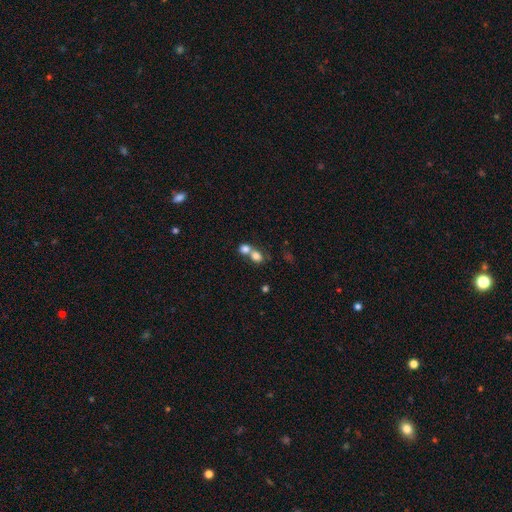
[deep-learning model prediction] smooth_or_featured: smooth (p=0.78) [alt: featured or disk p=0.12]
how_rounded: round (p=0.63) [alt: in between p=0.35]
merging: merger (p=0.63) [alt: none p=0.28]